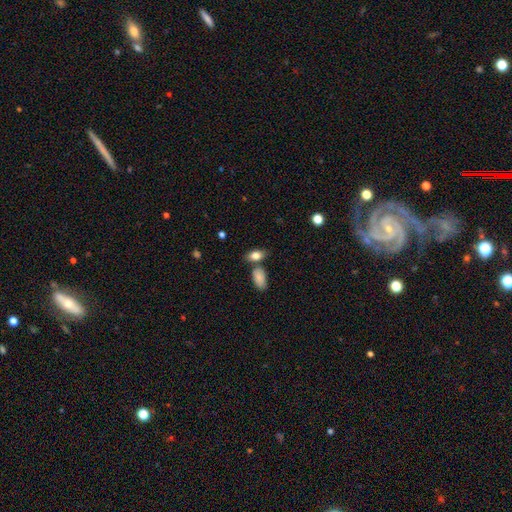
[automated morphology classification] Smooth or featured?
  - smooth: 82% *
  - featured or disk: 10%
  - star or artifact: 8%
How rounded?
  - in between: 88% *
  - round: 7%
  - cigar-shaped: 5%
Merging?
  - none: 63% *
  - merger: 20%
  - minor disturbance: 13%
  - major disturbance: 4%